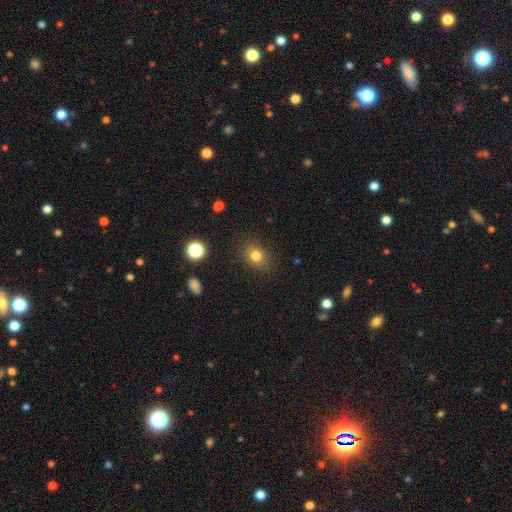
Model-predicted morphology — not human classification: Smooth or featured: smooth — 78% (star or artifact — 14%)
How rounded: round — 54% (in between — 45%)
Merging: none — 86% (minor disturbance — 10%)